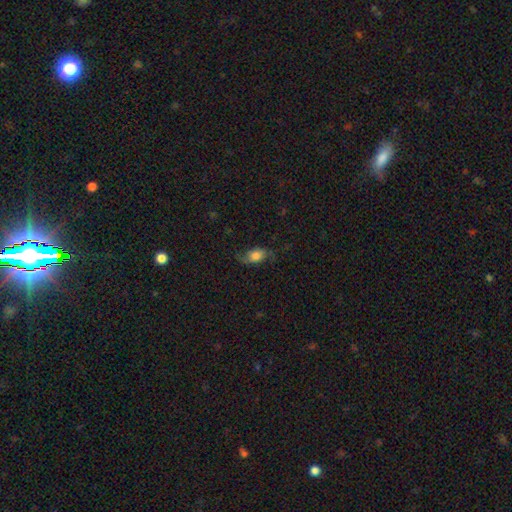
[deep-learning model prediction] A smooth galaxy with no disk features (56%) that is in between round and cigar-shaped (81%). Merging: none (63%).